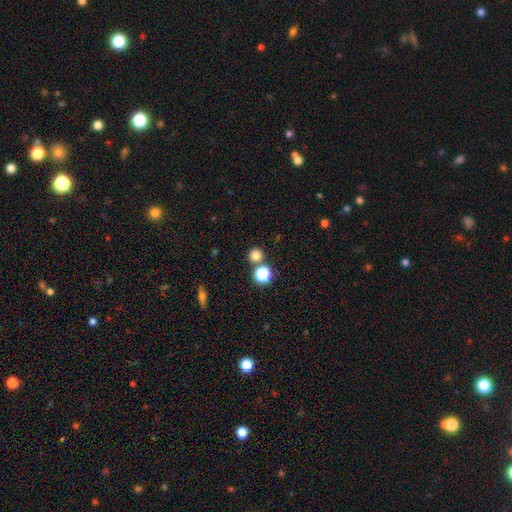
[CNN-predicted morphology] Smooth or featured?
  - smooth: 77% *
  - star or artifact: 18%
  - featured or disk: 5%
How rounded?
  - round: 93% *
  - in between: 6%
  - cigar-shaped: 1%
Merging?
  - none: 77% *
  - merger: 14%
  - minor disturbance: 6%
  - major disturbance: 3%